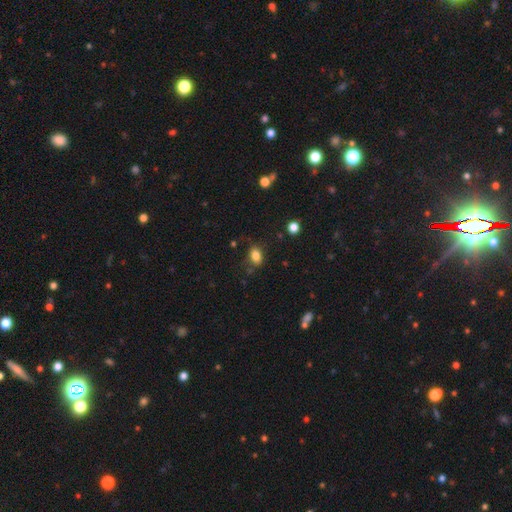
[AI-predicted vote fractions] Smooth or featured? smooth (83%)
How rounded? in between (81%)
Merging? none (73%)